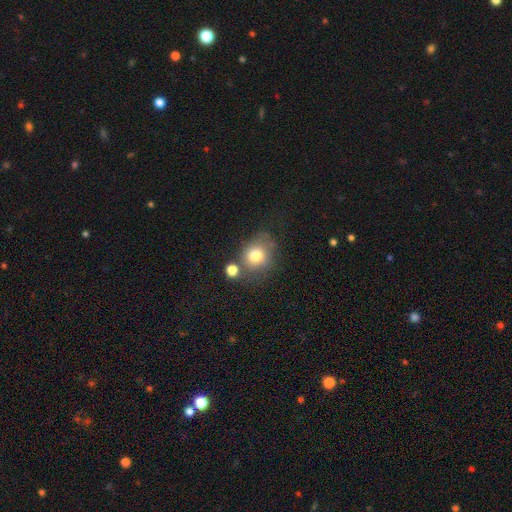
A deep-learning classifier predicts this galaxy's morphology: This appears to be a smooth galaxy with no disk features (76%) that is round (71%). Merging: none (58%).